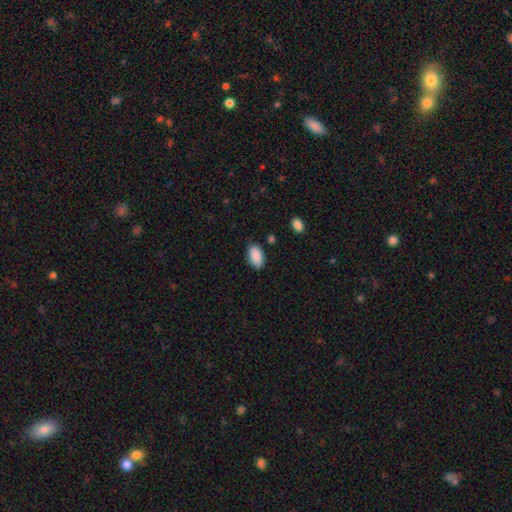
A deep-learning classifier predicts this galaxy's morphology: Smooth or featured? Predicted: smooth (p=0.90). How rounded? Predicted: in between (p=0.94). Merging? Predicted: none (p=0.82).